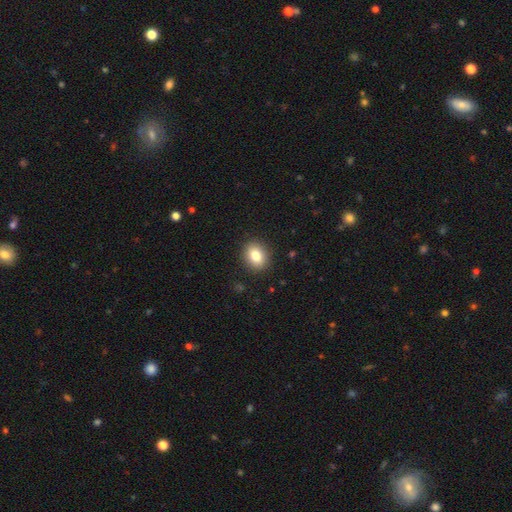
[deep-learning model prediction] Q: Smooth or featured?
A: smooth (82%); runner-up: star or artifact (10%)
Q: How rounded?
A: round (56%); runner-up: in between (43%)
Q: Merging?
A: none (90%); runner-up: minor disturbance (7%)